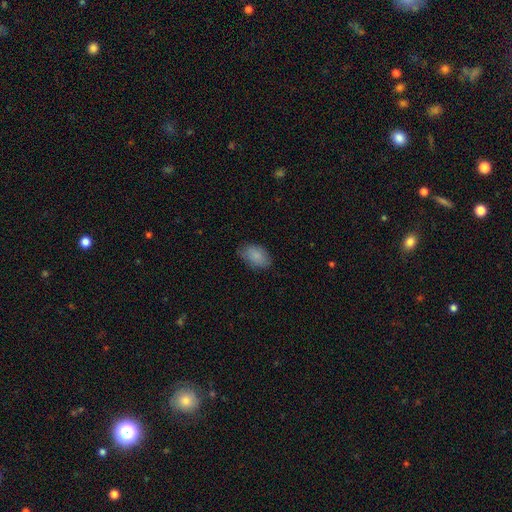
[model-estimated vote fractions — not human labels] A smooth galaxy with no disk features (85%) that is in between round and cigar-shaped (91%). Merging: none (75%).